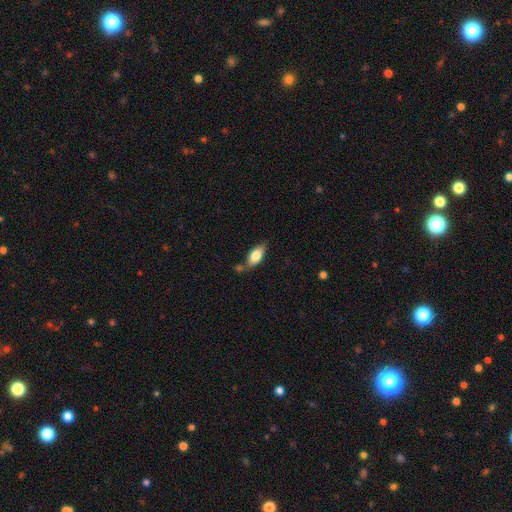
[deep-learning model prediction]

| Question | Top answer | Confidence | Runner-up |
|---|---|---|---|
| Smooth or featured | smooth | 72% | featured or disk (21%) |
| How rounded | in between | 85% | cigar-shaped (12%) |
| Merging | none | 60% | minor disturbance (21%) |